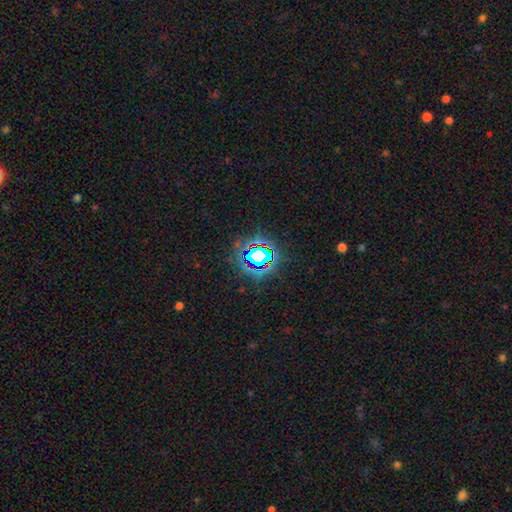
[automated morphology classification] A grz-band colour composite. It shows a star or artifact, not a galaxy (69%).